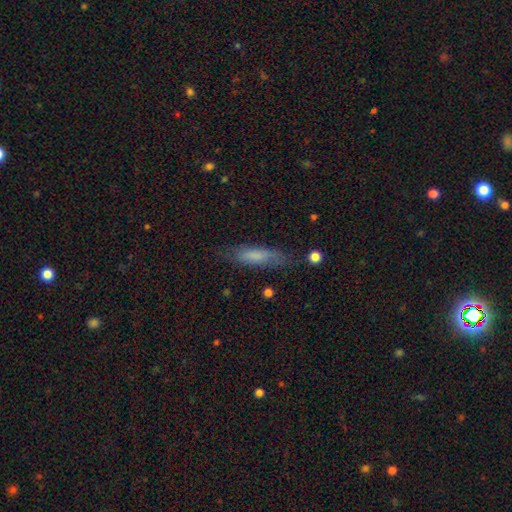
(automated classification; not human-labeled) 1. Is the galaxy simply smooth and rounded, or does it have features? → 70% smooth, 23% featured or disk, 7% star or artifact.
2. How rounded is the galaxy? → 68% cigar-shaped, 30% in between, 2% round.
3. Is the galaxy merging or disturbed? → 74% none, 18% minor disturbance, 6% major disturbance, 2% merger.